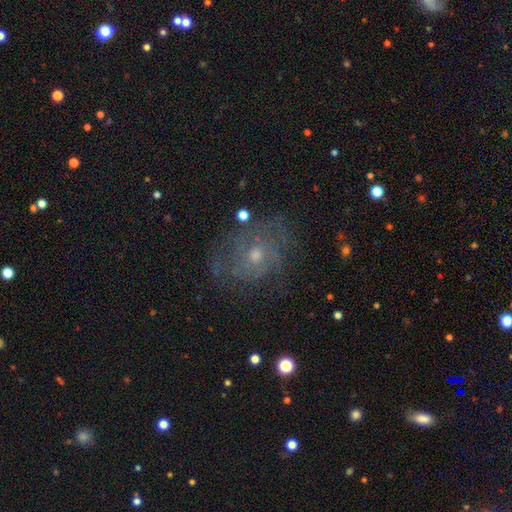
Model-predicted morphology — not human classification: A featured or disk galaxy (64%) with no bar (82%), spiral arms (71%) and a small central bulge (49%).

Vote fractions:
- Smooth or featured? featured or disk: 64% / smooth: 24% / star or artifact: 12%
- Edge-on disk? no: 97% / yes: 3%
- Bar? no: 82% / weak: 16% / strong: 2%
- Spiral arms? yes: 71% / no: 29%
- Bulge size? small: 49% / moderate: 46% / large: 2% / none: 2% / dominant: 1%
- Merging? none: 65% / minor disturbance: 20% / major disturbance: 13% / merger: 2%